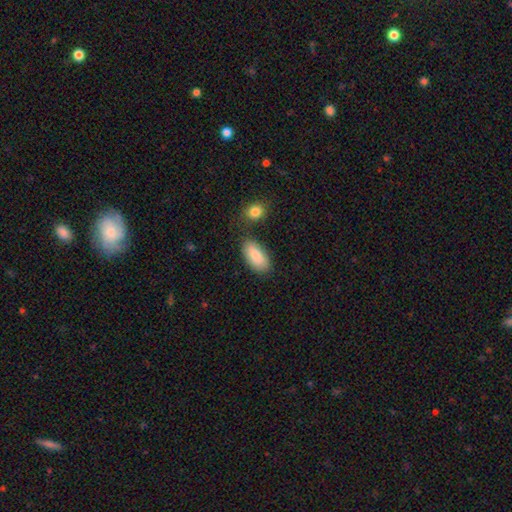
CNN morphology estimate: Smooth or featured? Predicted: smooth (p=0.86). How rounded? Predicted: in between (p=0.91). Merging? Predicted: none (p=0.75).